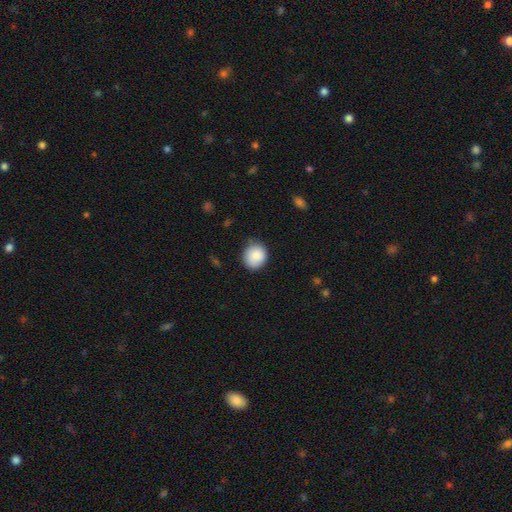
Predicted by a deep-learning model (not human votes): smooth-or-featured: smooth: 88% | star or artifact: 7% | featured or disk: 5%
  how-rounded: round: 79% | in between: 20% | cigar-shaped: 1%
  merging: none: 79% | minor disturbance: 17% | major disturbance: 3% | merger: 1%